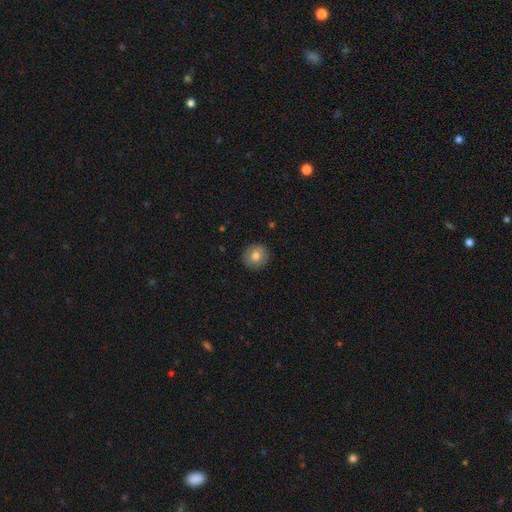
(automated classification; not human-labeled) Overall: smooth (77%). How rounded: round (91%). Merging: none (90%).